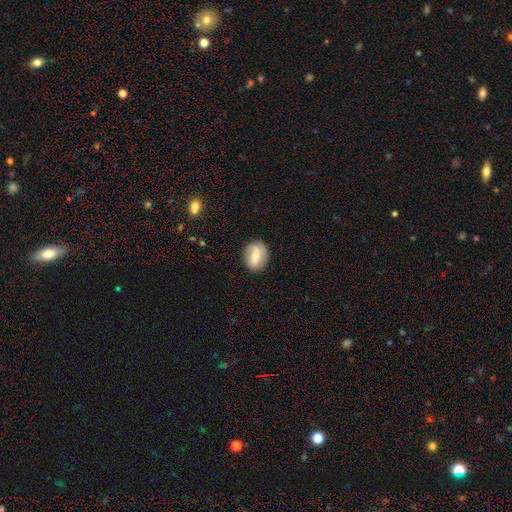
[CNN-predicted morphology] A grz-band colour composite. It shows a featured or disk galaxy (51%). Merging: none (78%).